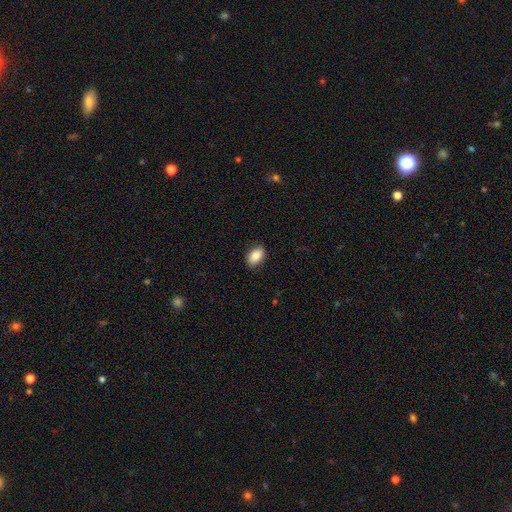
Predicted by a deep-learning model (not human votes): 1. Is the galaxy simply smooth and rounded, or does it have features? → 85% smooth, 8% featured or disk, 7% star or artifact.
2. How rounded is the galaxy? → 90% in between, 8% round, 2% cigar-shaped.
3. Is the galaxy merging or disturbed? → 87% none, 10% minor disturbance, 2% major disturbance, 1% merger.